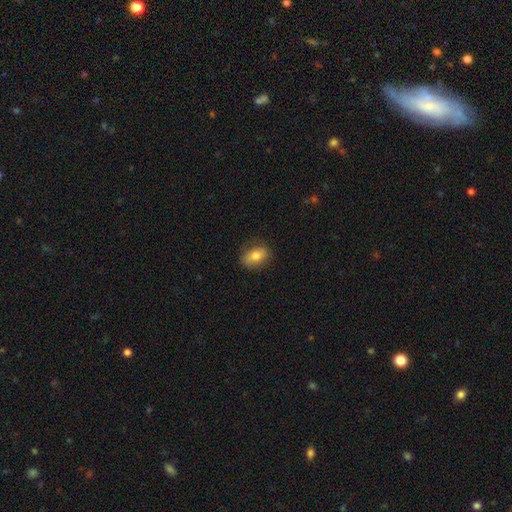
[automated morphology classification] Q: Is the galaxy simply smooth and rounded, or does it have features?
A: smooth — 74%.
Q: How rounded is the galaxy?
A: in between — 74%.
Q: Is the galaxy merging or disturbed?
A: none — 79%.